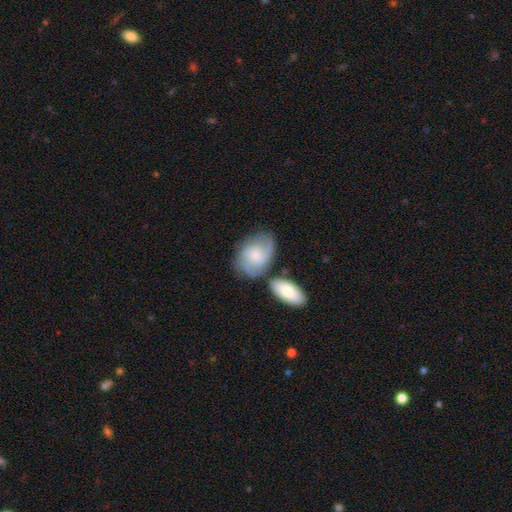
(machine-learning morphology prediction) smooth_or_featured: featured or disk (p=0.60) [alt: smooth p=0.34]
disk_edge_on: no (p=0.96) [alt: yes p=0.04]
bar: no (p=0.62) [alt: weak p=0.34]
has_spiral_arms: yes (p=0.90) [alt: no p=0.10]
spiral_winding: medium (p=0.47) [alt: tight p=0.31]
spiral_arm_count: 2 (p=0.57) [alt: can't tell p=0.20]
bulge_size: small (p=0.46) [alt: moderate p=0.29]
merging: none (p=0.52) [alt: minor disturbance p=0.21]